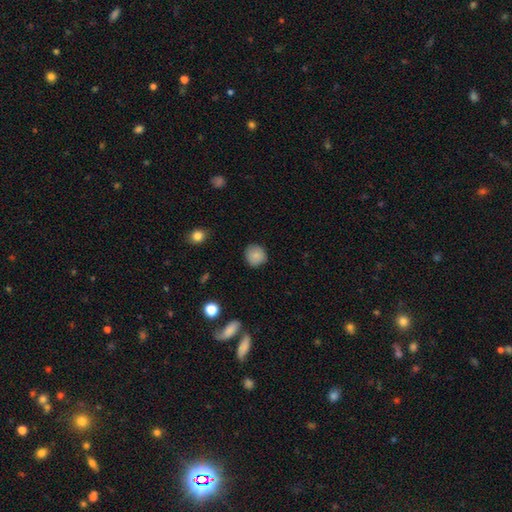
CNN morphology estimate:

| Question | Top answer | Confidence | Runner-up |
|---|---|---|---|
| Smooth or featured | smooth | 85% | star or artifact (9%) |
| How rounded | round | 89% | in between (10%) |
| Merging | none | 86% | minor disturbance (10%) |